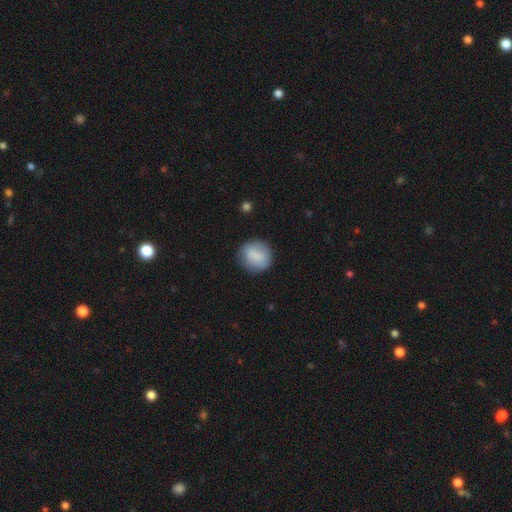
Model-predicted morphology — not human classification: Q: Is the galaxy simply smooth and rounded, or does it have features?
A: smooth — 84%.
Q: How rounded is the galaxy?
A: round — 85%.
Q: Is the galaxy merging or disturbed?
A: none — 81%.